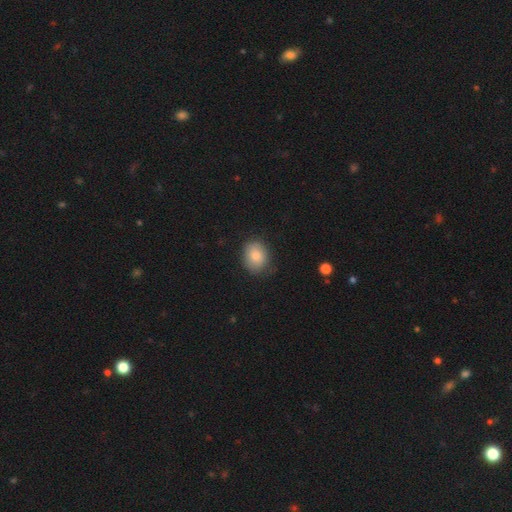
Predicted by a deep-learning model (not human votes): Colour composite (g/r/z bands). It shows a smooth galaxy with no disk features (84%) that is in between round and cigar-shaped (51%). Merging: none (79%).